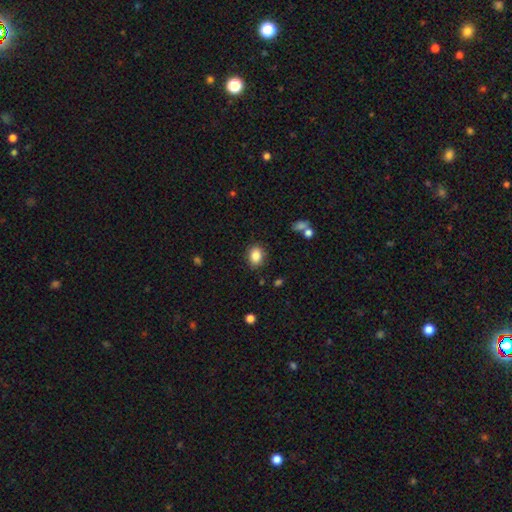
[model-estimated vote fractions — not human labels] Overall: smooth (86%). How rounded: in between (65%; round 34%). Merging: none (84%).